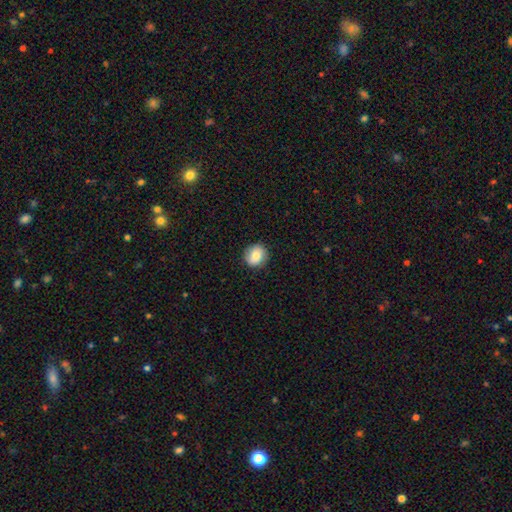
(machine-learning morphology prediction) smooth_or_featured: smooth (p=0.78) [alt: featured or disk p=0.13]
how_rounded: round (p=0.87) [alt: in between p=0.12]
merging: none (p=0.87) [alt: minor disturbance p=0.10]